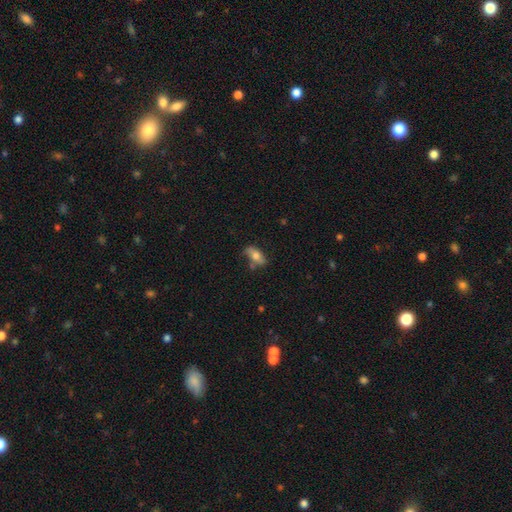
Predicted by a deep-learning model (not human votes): smooth 67%, featured or disk 26%, star or artifact 8%. Down the decision tree: how rounded — in between (82%); merging — none (61%).